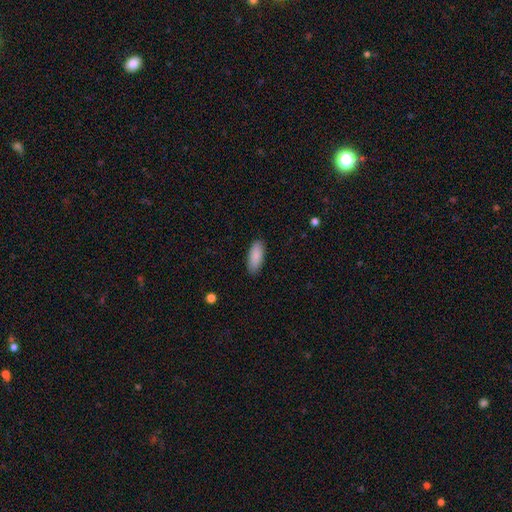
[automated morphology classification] Smooth or featured: smooth — 89% (star or artifact — 6%)
How rounded: in between — 80% (cigar-shaped — 18%)
Merging: none — 89% (minor disturbance — 8%)